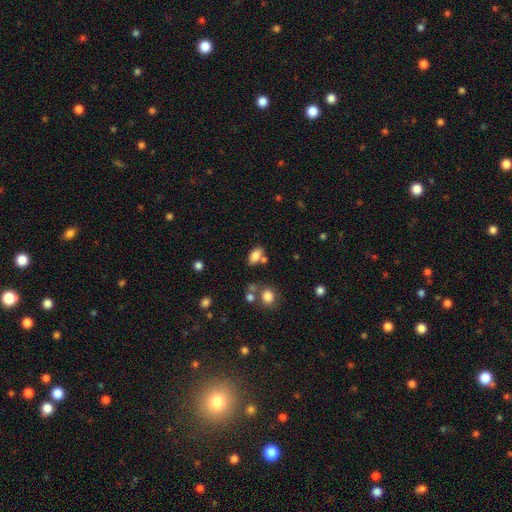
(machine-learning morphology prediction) smooth_or_featured: smooth (p=0.81) [alt: star or artifact p=0.10]
how_rounded: in between (p=0.89) [alt: round p=0.06]
merging: none (p=0.65) [alt: merger p=0.17]